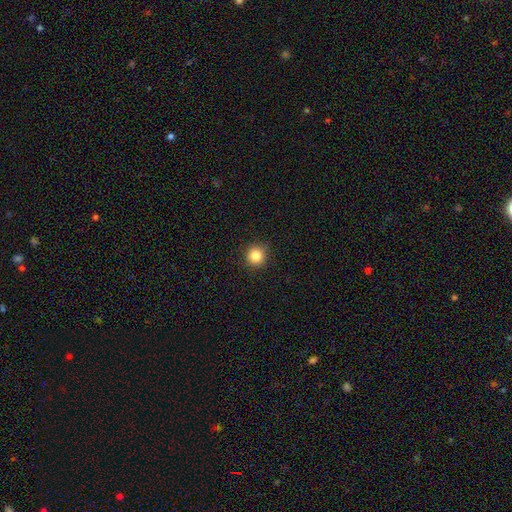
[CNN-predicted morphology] smooth 85%, star or artifact 11%, featured or disk 4%. Down the decision tree: how rounded — round (95%); merging — none (91%).